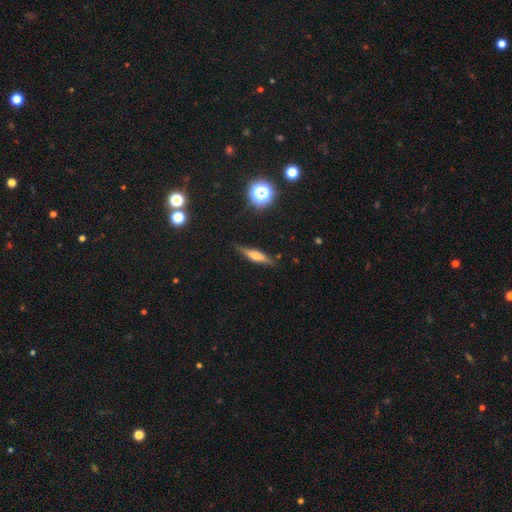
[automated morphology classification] Q: Smooth or featured?
A: featured or disk (53%); runner-up: smooth (37%)
Q: Edge-on disk?
A: yes (93%); runner-up: no (7%)
Q: Merging?
A: none (84%); runner-up: minor disturbance (12%)